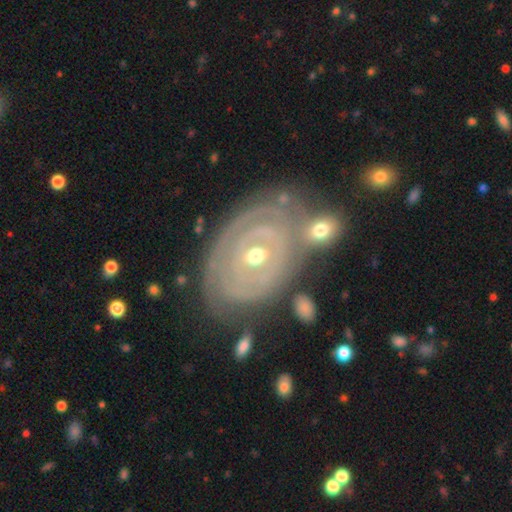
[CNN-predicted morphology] Smooth or featured?
  - featured or disk: 86% *
  - smooth: 9%
  - star or artifact: 6%
Edge-on disk?
  - no: 96% *
  - yes: 4%
Bar?
  - no: 70% *
  - weak: 21%
  - strong: 9%
Spiral arms?
  - yes: 84% *
  - no: 16%
Spiral winding?
  - tight: 85% *
  - medium: 11%
  - loose: 4%
Spiral arm count?
  - can't tell: 44% *
  - 2: 25%
  - 3: 12%
  - 1: 7%
  - 4: 7%
  - more than 4: 6%
Bulge size?
  - moderate: 49% *
  - small: 47%
  - large: 2%
  - dominant: 1%
  - none: 1%
Merging?
  - none: 68% *
  - minor disturbance: 16%
  - major disturbance: 8%
  - merger: 8%